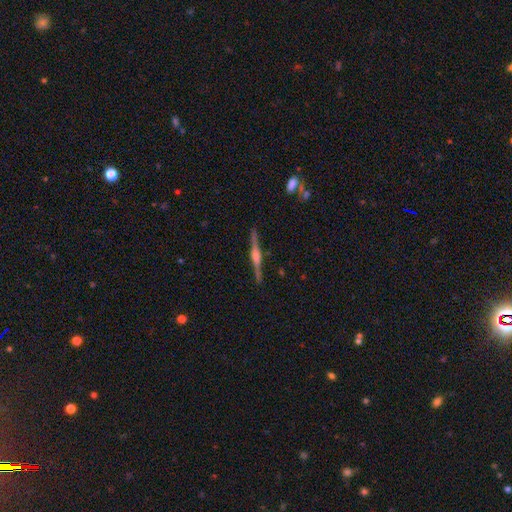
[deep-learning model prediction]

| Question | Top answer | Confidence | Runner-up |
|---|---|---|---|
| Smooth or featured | featured or disk | 84% | smooth (11%) |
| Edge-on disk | yes | 98% | no (2%) |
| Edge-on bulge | rounded | 72% | boxy (22%) |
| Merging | none | 90% | minor disturbance (7%) |